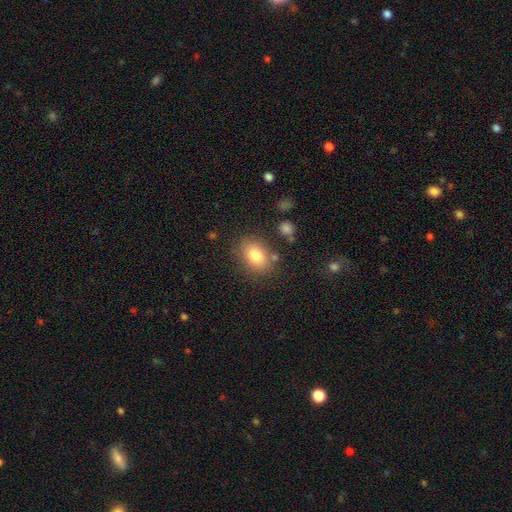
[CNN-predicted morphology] type=smooth (81%); roundness=in between (70%); merging=none (78%).